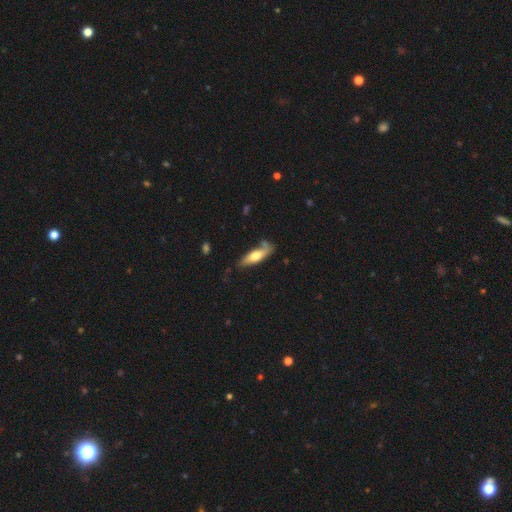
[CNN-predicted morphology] Smooth or featured: smooth — 57% (featured or disk — 37%)
How rounded: cigar-shaped — 55% (in between — 43%)
Merging: none — 62% (minor disturbance — 24%)